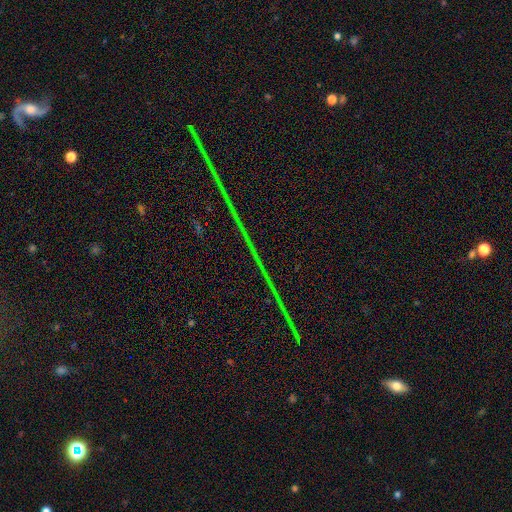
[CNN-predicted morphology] A star or artifact, not a galaxy (83%).